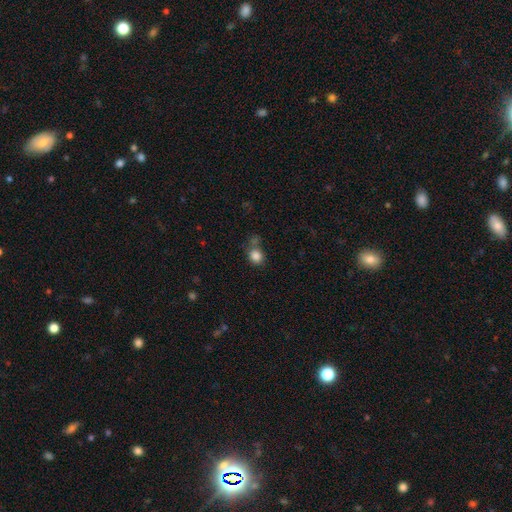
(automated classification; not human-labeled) Morphology: type=smooth (84%); roundness=round (73%); merging=none (60%).